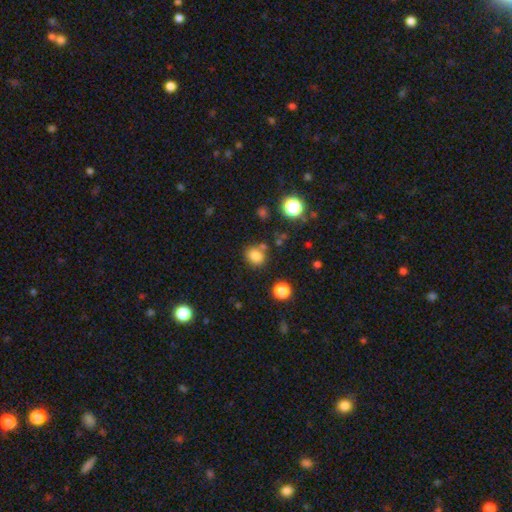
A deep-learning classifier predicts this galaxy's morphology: Smooth or featured? Predicted: smooth (p=0.80). How rounded? Predicted: round (p=0.76). Merging? Predicted: none (p=0.74).